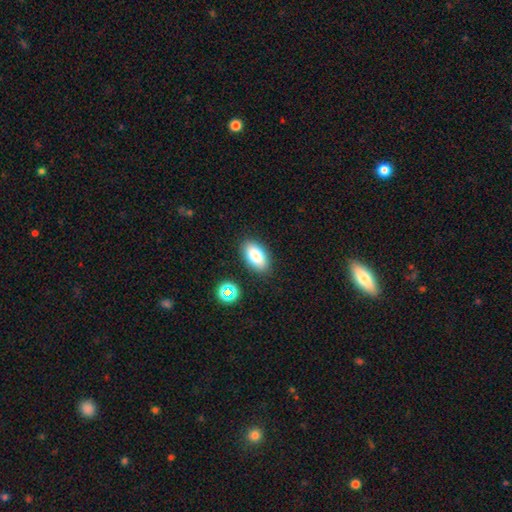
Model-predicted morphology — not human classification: The model was most divided on "smooth or featured": smooth: 80%, featured or disk: 11%, star or artifact: 9%. More confident: how rounded — in between (92%); merging — none (86%).